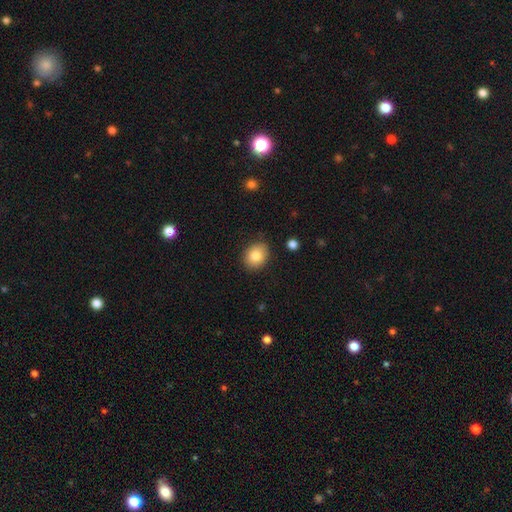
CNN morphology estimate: The model was most divided on "how rounded": round: 58%, in between: 41%, cigar-shaped: 1%. More confident: merging — none (86%); smooth or featured — smooth (83%).